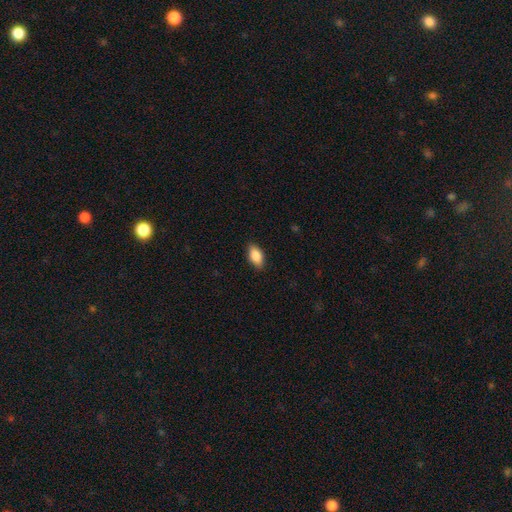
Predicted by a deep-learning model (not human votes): Smooth or featured?
  - smooth: 87% *
  - star or artifact: 7%
  - featured or disk: 6%
How rounded?
  - in between: 92% *
  - cigar-shaped: 4%
  - round: 4%
Merging?
  - none: 87% *
  - minor disturbance: 10%
  - major disturbance: 2%
  - merger: 1%